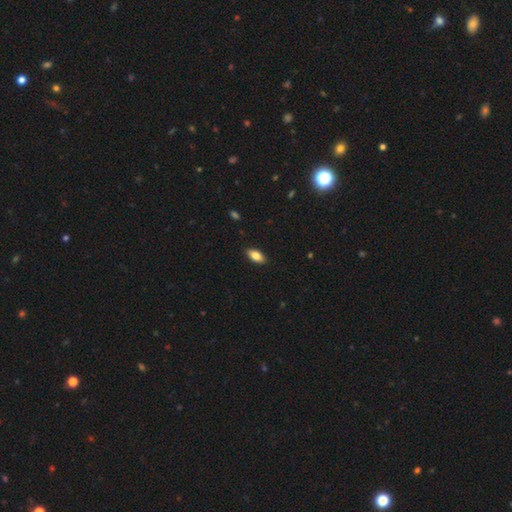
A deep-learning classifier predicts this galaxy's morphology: Q: Smooth or featured?
A: smooth (82%); runner-up: featured or disk (11%)
Q: How rounded?
A: in between (90%); runner-up: cigar-shaped (7%)
Q: Merging?
A: none (89%); runner-up: minor disturbance (8%)